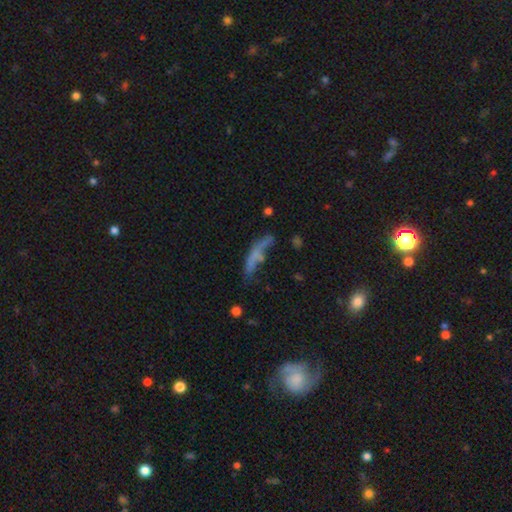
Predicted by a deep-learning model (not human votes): smooth-or-featured: smooth: 52% | featured or disk: 33% | star or artifact: 15%
  how-rounded: cigar-shaped: 70% | in between: 27% | round: 4%
  merging: none: 40% | major disturbance: 23% | minor disturbance: 23% | merger: 15%